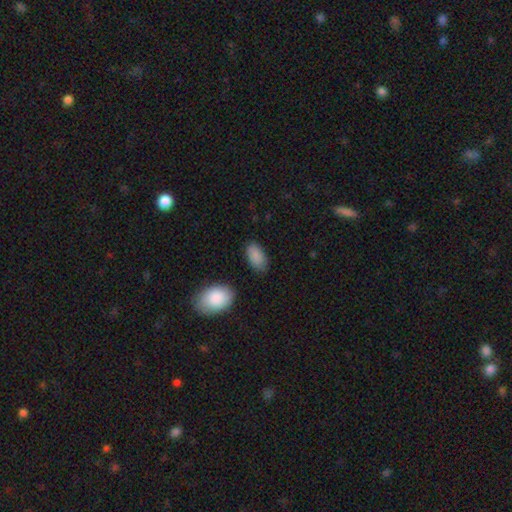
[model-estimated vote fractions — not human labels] Smooth or featured? Predicted: smooth (p=0.88). How rounded? Predicted: in between (p=0.94). Merging? Predicted: none (p=0.79).